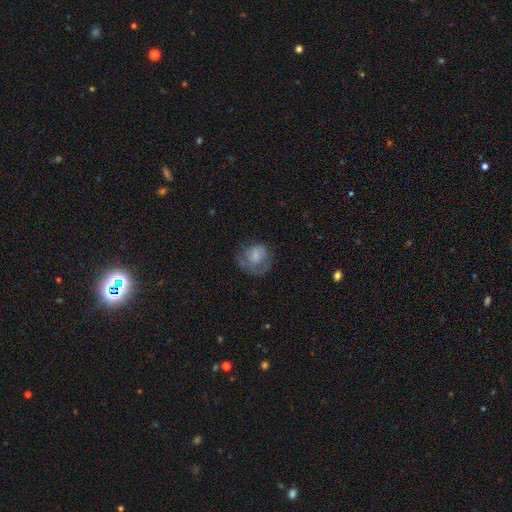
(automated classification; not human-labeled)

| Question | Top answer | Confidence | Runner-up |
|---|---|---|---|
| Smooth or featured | smooth | 47% | featured or disk (44%) |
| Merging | none | 45% | major disturbance (28%) |